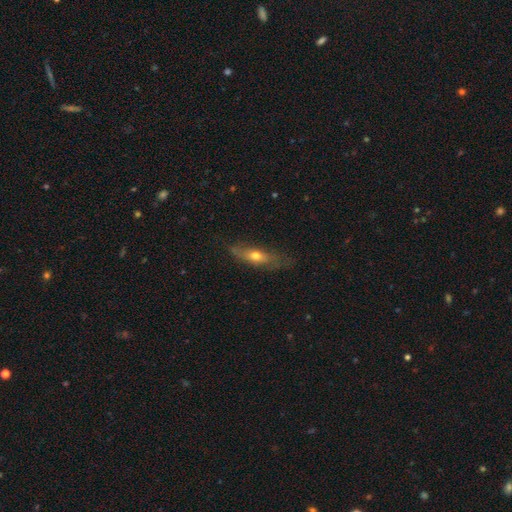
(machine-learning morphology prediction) A smooth galaxy with no disk features (50%) that is cigar-shaped (57%).

Vote fractions:
- Smooth or featured? smooth: 50% / featured or disk: 43% / star or artifact: 7%
- How rounded? cigar-shaped: 57% / in between: 40% / round: 3%
- Merging? none: 68% / minor disturbance: 23% / major disturbance: 7% / merger: 2%